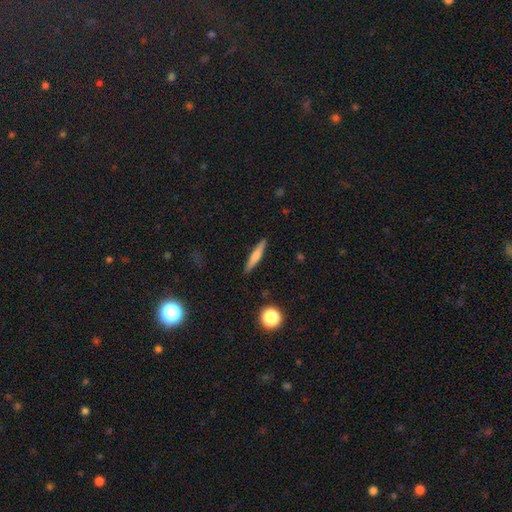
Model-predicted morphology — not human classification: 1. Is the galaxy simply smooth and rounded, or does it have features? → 58% smooth, 34% featured or disk, 7% star or artifact.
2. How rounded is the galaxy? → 90% cigar-shaped, 8% in between, 2% round.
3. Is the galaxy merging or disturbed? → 89% none, 8% minor disturbance, 2% major disturbance, 1% merger.